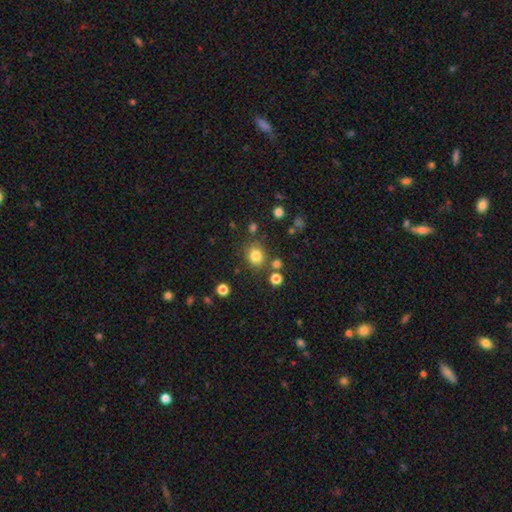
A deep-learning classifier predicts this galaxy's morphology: Smooth or featured? smooth (81%)
How rounded? round (81%)
Merging? none (80%)